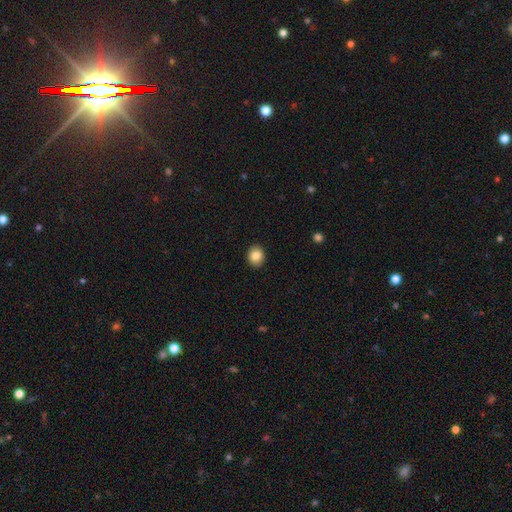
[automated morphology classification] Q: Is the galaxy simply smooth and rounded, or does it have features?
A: smooth — 85%.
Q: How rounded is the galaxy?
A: round — 60%.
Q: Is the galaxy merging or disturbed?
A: none — 91%.